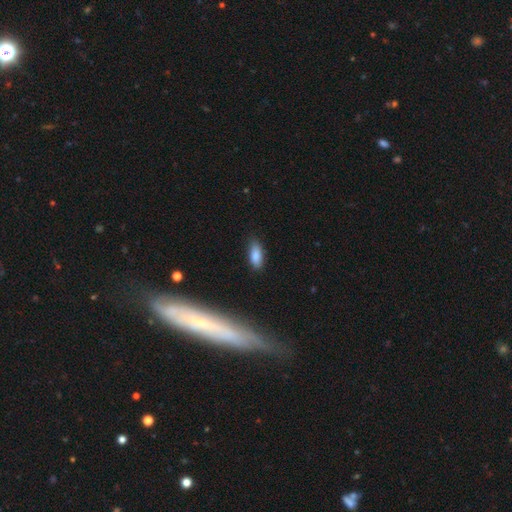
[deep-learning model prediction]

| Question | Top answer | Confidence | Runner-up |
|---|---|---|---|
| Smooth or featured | smooth | 83% | star or artifact (8%) |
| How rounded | in between | 79% | cigar-shaped (18%) |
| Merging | none | 80% | minor disturbance (16%) |